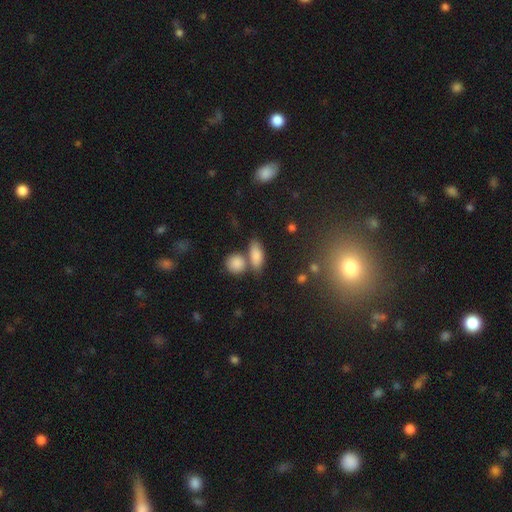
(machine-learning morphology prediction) This appears to be a smooth galaxy with no disk features (45%). Merging: none (81%).